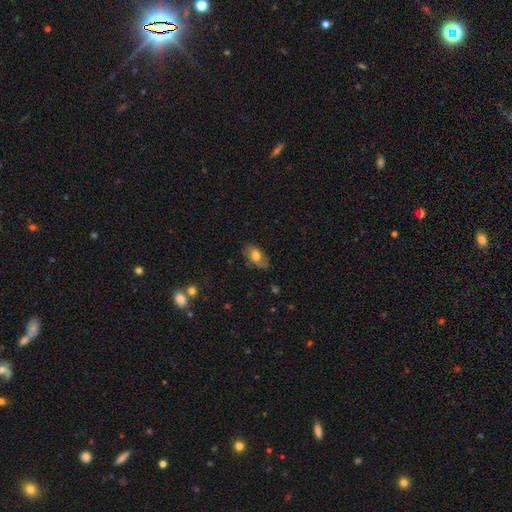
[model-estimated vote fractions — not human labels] smooth 64%, featured or disk 28%, star or artifact 8%. Down the decision tree: how rounded — in between (89%); merging — none (70%).